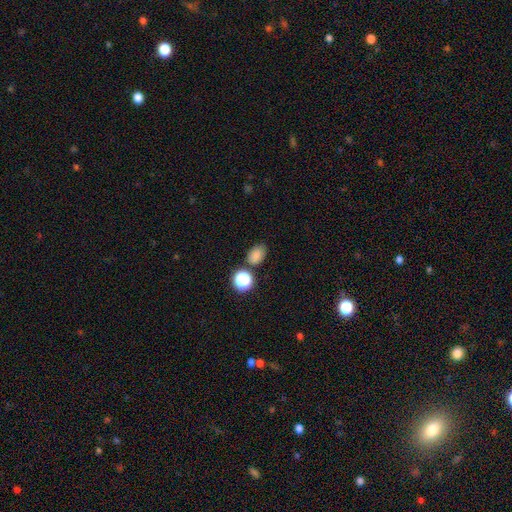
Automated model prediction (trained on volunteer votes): Smooth or featured? smooth (79%)
How rounded? in between (76%)
Merging? none (72%)